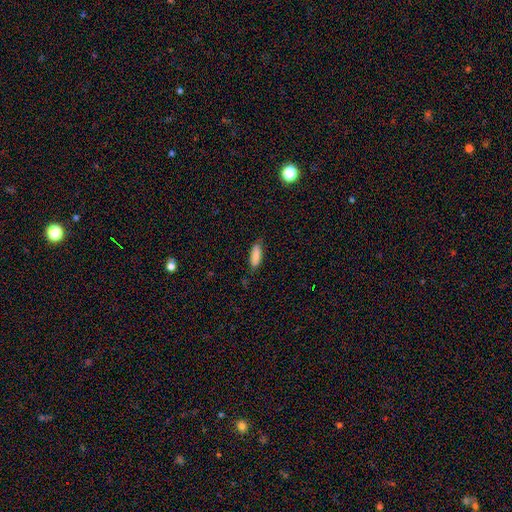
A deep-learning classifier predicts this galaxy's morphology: This appears to be a smooth galaxy with no disk features (86%) that is in between round and cigar-shaped (68%). Merging: none (80%).